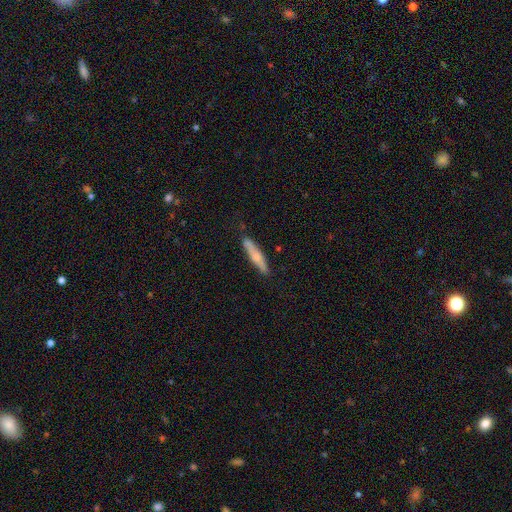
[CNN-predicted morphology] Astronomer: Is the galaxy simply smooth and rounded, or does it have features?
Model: smooth — 59% (runner-up: featured or disk, 35%).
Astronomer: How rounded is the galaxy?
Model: cigar-shaped — 89%.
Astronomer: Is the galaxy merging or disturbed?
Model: none — 82%.